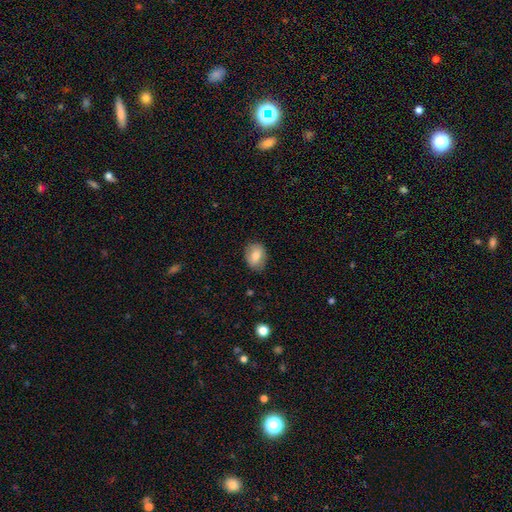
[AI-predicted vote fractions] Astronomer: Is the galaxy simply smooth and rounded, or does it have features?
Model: smooth — 77%.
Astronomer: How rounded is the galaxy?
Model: in between — 68%.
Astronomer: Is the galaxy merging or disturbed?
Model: none — 81%.